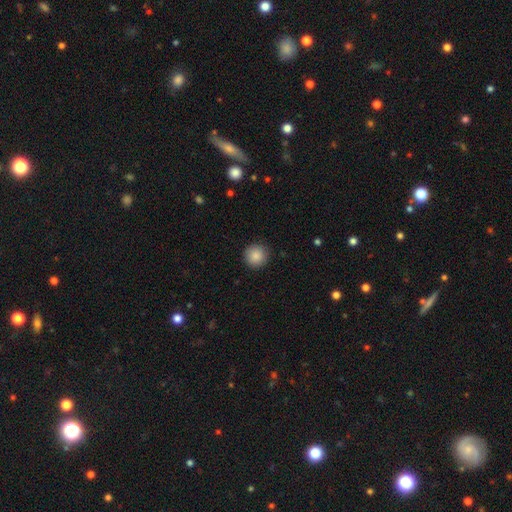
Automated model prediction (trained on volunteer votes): smooth_or_featured: smooth (p=0.88) [alt: star or artifact p=0.08]
how_rounded: round (p=0.95) [alt: in between p=0.04]
merging: none (p=0.91) [alt: minor disturbance p=0.06]